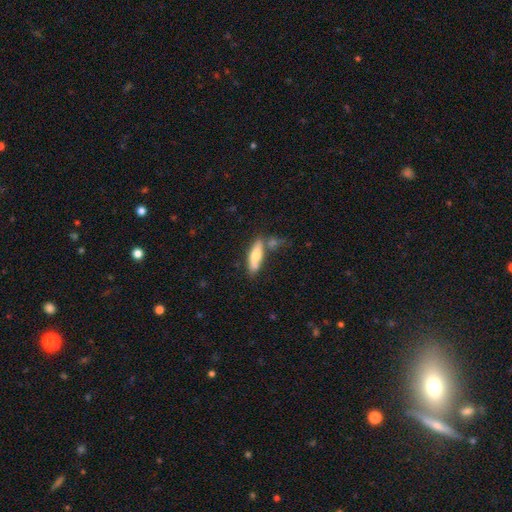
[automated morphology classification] Smooth or featured? smooth (65%)
How rounded? cigar-shaped (56%)
Merging? none (65%)